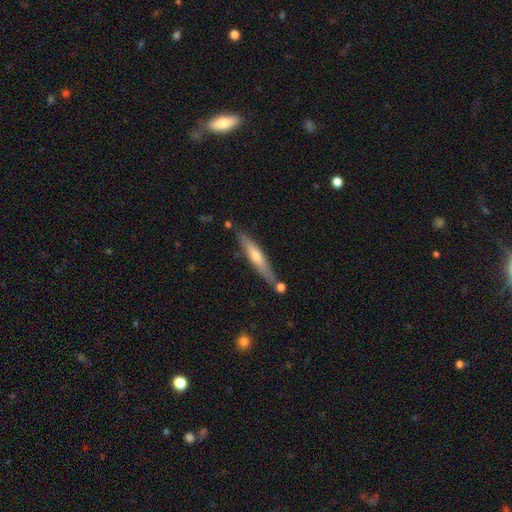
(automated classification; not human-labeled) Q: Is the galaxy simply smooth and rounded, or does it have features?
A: featured or disk — 50%.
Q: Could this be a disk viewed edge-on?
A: yes — 90%.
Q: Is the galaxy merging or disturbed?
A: none — 76%.